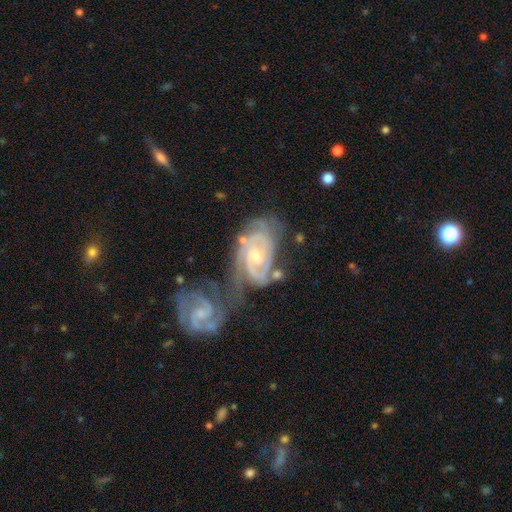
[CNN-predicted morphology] smooth_or_featured: featured or disk (p=0.90) [alt: smooth p=0.05]
disk_edge_on: no (p=0.97) [alt: yes p=0.03]
bar: no (p=0.55) [alt: weak p=0.35]
has_spiral_arms: yes (p=0.98) [alt: no p=0.02]
spiral_winding: tight (p=0.65) [alt: medium p=0.30]
spiral_arm_count: 2 (p=0.58) [alt: 3 p=0.18]
bulge_size: small (p=0.60) [alt: moderate p=0.35]
merging: merger (p=0.40) [alt: none p=0.32]